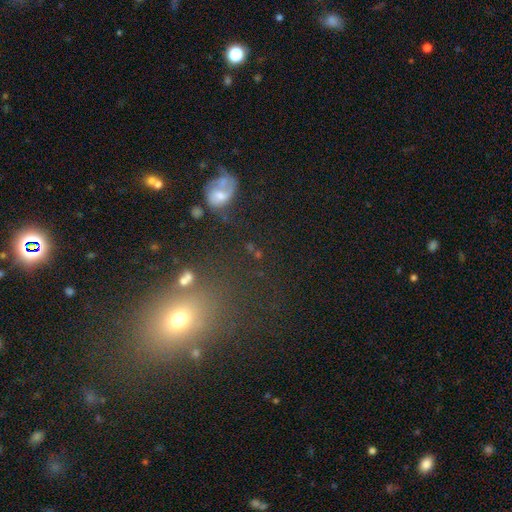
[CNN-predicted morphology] This appears to be a smooth galaxy with no disk features (50%). Merging: none (71%).